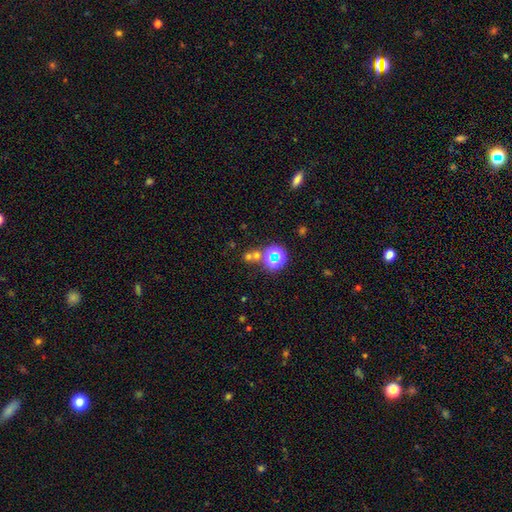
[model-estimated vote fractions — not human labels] smooth_or_featured: star or artifact (p=0.48) [alt: smooth p=0.41]